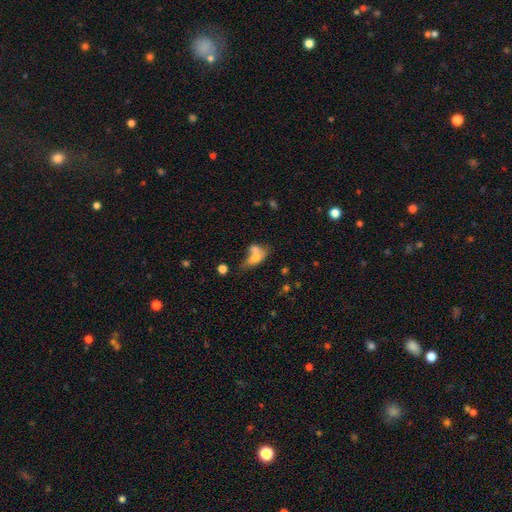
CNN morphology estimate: smooth_or_featured: smooth (p=0.68) [alt: featured or disk p=0.22]
how_rounded: in between (p=0.77) [alt: round p=0.17]
merging: merger (p=0.54) [alt: none p=0.21]